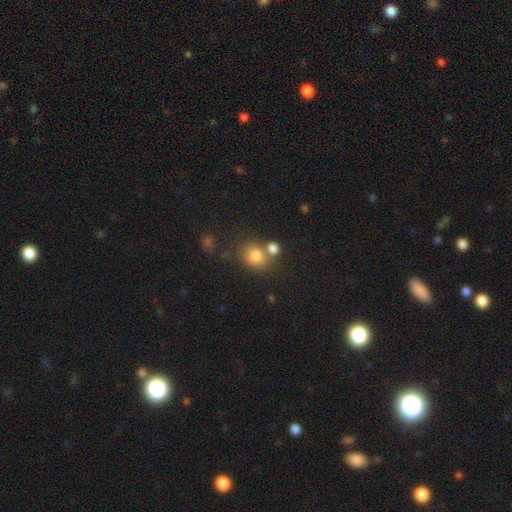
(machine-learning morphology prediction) smooth_or_featured: smooth (p=0.79) [alt: star or artifact p=0.12]
how_rounded: round (p=0.69) [alt: in between p=0.30]
merging: none (p=0.57) [alt: merger p=0.27]